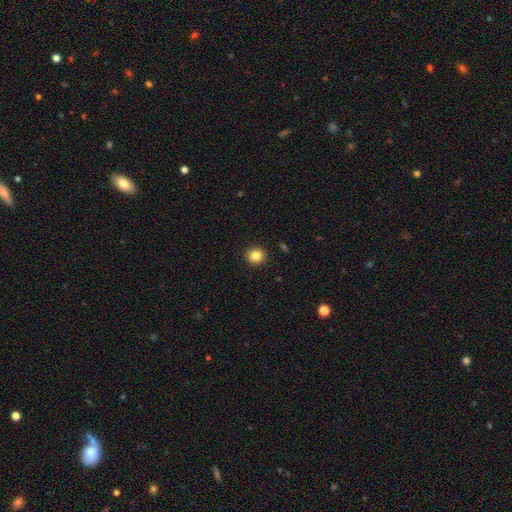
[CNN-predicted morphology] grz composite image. It shows a smooth galaxy with no disk features (84%) that is round (93%). Merging: none (92%).